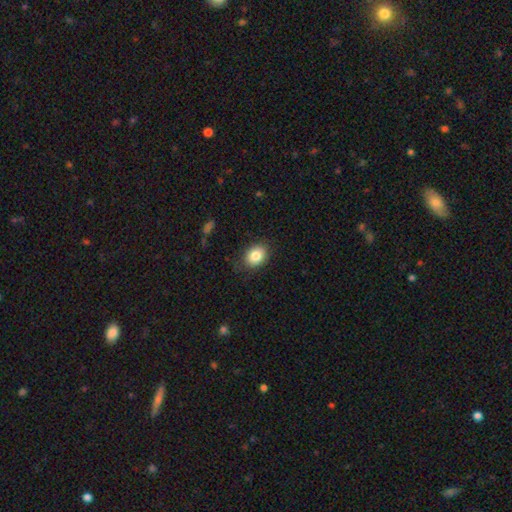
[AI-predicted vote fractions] Smooth or featured? smooth (84%)
How rounded? in between (59%)
Merging? none (81%)